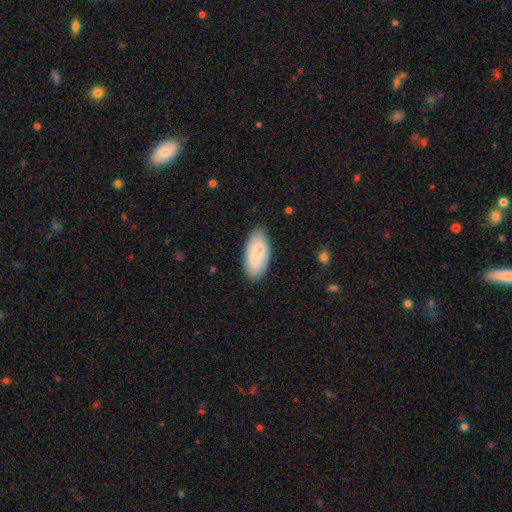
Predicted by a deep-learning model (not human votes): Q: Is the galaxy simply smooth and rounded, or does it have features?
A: smooth — 73%.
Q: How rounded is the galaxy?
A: in between — 91%.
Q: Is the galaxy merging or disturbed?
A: none — 78%.